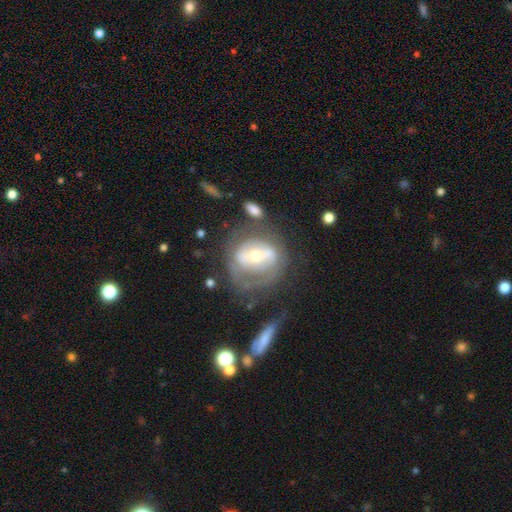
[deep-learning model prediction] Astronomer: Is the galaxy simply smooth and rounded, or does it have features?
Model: featured or disk — 70%.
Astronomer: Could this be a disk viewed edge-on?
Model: no — 94%.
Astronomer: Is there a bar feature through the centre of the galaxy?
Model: strong — 41% (runner-up: weak, 31%).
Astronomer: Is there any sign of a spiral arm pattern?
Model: yes — 51% (runner-up: no, 49%).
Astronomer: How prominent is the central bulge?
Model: moderate — 52% (runner-up: small, 40%).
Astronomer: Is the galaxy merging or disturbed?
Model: none — 49%.